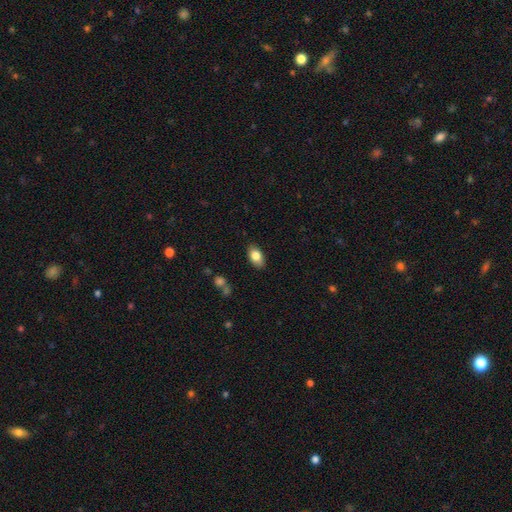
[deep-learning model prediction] A smooth galaxy with no disk features (81%) that is in between round and cigar-shaped (91%).

Vote fractions:
- Smooth or featured? smooth: 81% / featured or disk: 11% / star or artifact: 7%
- How rounded? in between: 91% / round: 6% / cigar-shaped: 2%
- Merging? none: 85% / minor disturbance: 11% / major disturbance: 2% / merger: 1%